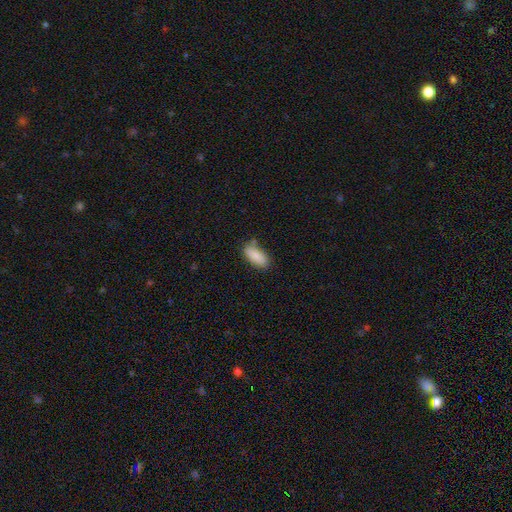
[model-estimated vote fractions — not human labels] Smooth or featured: smooth — 85% (featured or disk — 9%)
How rounded: in between — 83% (cigar-shaped — 15%)
Merging: none — 73% (minor disturbance — 19%)